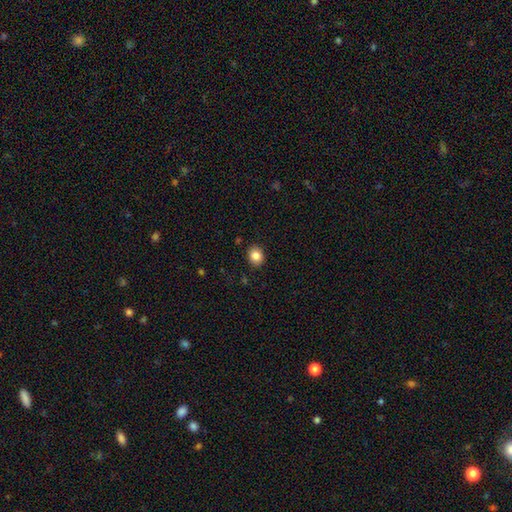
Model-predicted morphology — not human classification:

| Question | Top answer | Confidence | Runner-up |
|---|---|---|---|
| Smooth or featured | smooth | 84% | star or artifact (10%) |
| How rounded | round | 59% | in between (41%) |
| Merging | none | 90% | minor disturbance (7%) |